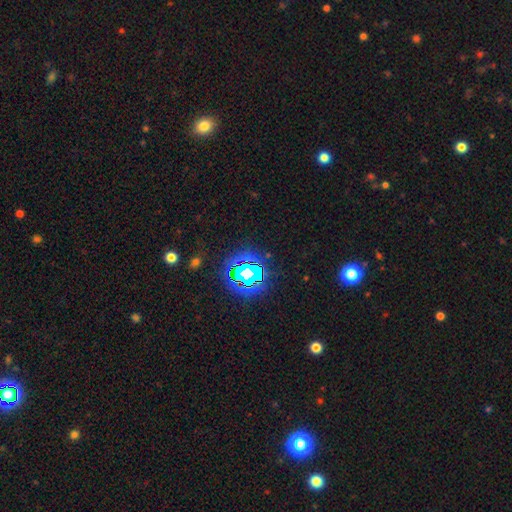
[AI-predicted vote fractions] Smooth or featured?
  - star or artifact: 80% *
  - smooth: 13%
  - featured or disk: 8%